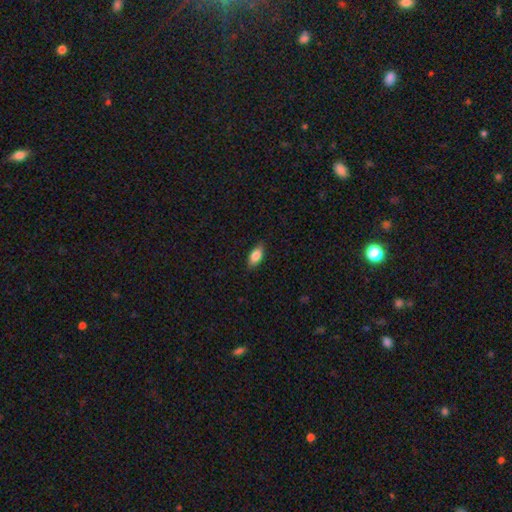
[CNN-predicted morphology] smooth_or_featured: smooth (p=0.83) [alt: featured or disk p=0.10]
how_rounded: in between (p=0.87) [alt: cigar-shaped p=0.09]
merging: none (p=0.86) [alt: minor disturbance p=0.11]